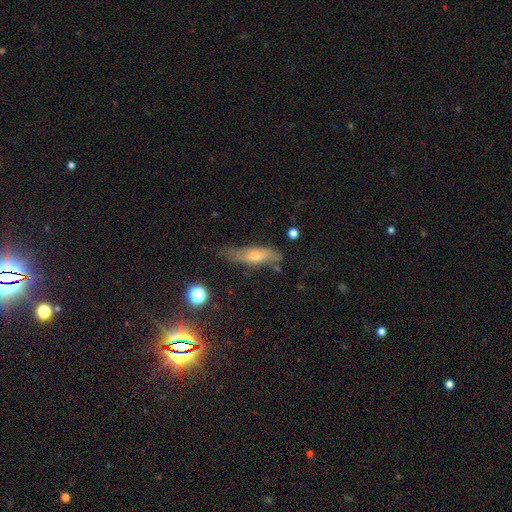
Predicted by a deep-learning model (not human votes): Smooth or featured: smooth — 44% (featured or disk — 43%)
Merging: none — 58% (minor disturbance — 29%)